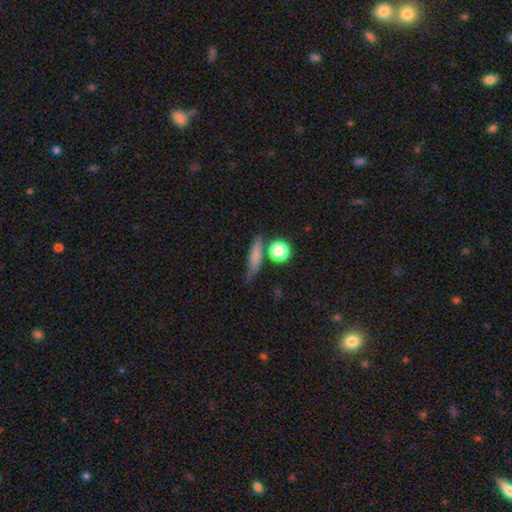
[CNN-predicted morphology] This appears to be a smooth galaxy with no disk features (72%) that is cigar-shaped (60%). Merging: none (69%).